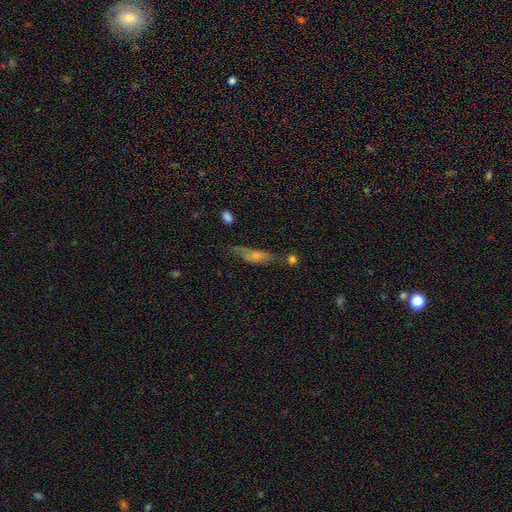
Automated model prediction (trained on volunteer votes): The model was most divided on "smooth or featured": smooth: 44%, featured or disk: 42%, star or artifact: 14%. More confident: merging — none (57%).